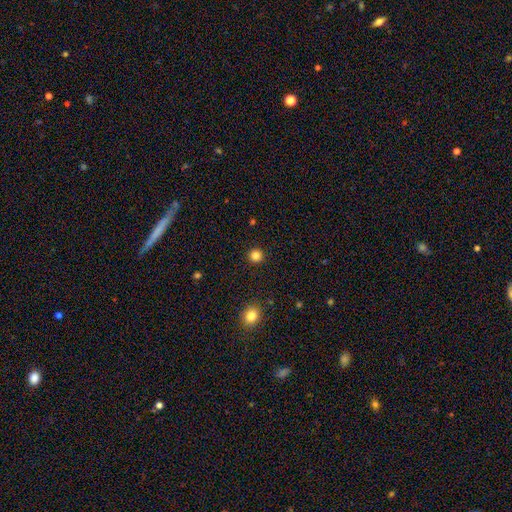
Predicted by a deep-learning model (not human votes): smooth_or_featured: smooth (p=0.83) [alt: star or artifact p=0.13]
how_rounded: round (p=0.94) [alt: in between p=0.05]
merging: none (p=0.93) [alt: minor disturbance p=0.05]